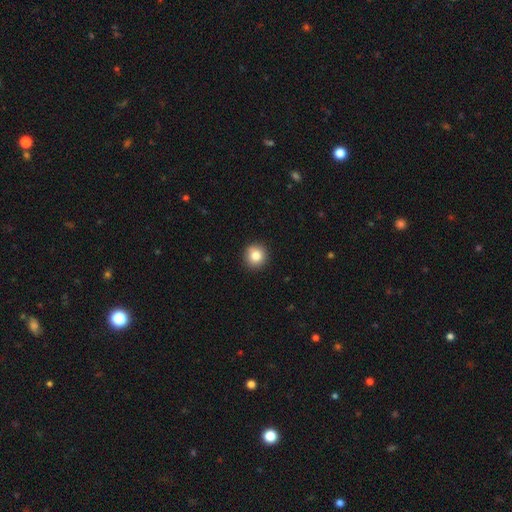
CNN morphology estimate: smooth-or-featured: smooth: 83% | star or artifact: 10% | featured or disk: 7%
  how-rounded: round: 93% | in between: 6% | cigar-shaped: 1%
  merging: none: 90% | minor disturbance: 7% | major disturbance: 2% | merger: 1%